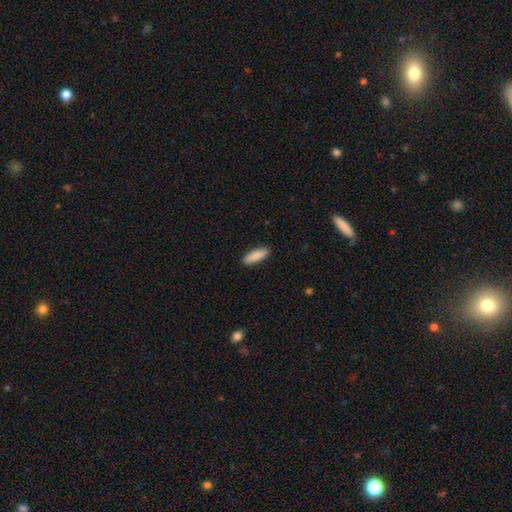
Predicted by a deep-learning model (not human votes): This appears to be a smooth galaxy with no disk features (89%) that is in between round and cigar-shaped (56%). Merging: none (91%).